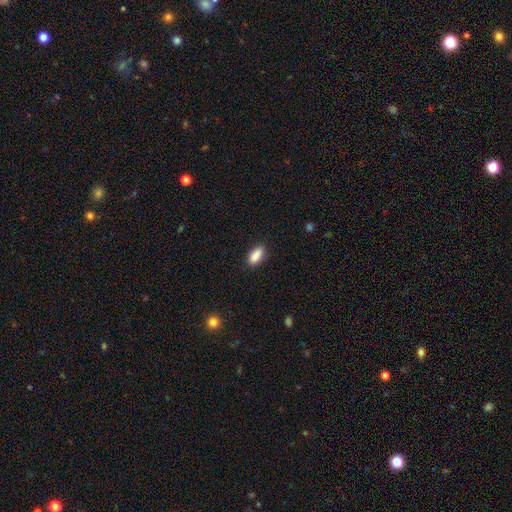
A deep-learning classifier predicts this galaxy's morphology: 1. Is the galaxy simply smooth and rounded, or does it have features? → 89% smooth, 7% star or artifact, 4% featured or disk.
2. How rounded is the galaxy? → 86% in between, 11% cigar-shaped, 3% round.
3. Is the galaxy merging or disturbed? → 86% none, 10% minor disturbance, 2% major disturbance, 1% merger.